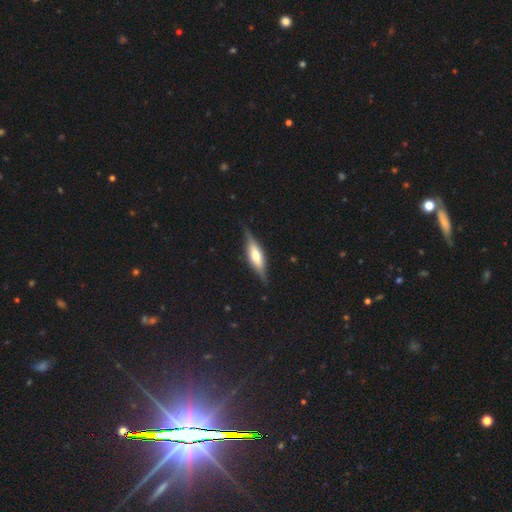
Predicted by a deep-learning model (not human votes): Smooth or featured?
  - featured or disk: 66% *
  - smooth: 28%
  - star or artifact: 6%
Edge-on disk?
  - yes: 93% *
  - no: 7%
Edge-on bulge?
  - rounded: 77% *
  - boxy: 19%
  - none: 4%
Merging?
  - none: 82% *
  - minor disturbance: 13%
  - major disturbance: 3%
  - merger: 1%